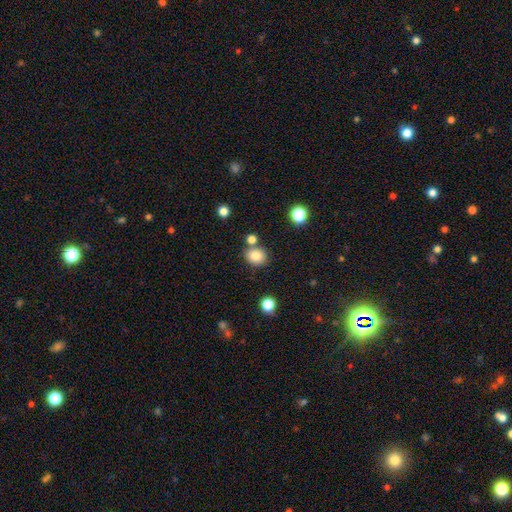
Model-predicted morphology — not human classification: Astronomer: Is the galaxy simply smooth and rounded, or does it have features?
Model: smooth — 81%.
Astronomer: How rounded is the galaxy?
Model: round — 69%.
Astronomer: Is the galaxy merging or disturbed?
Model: none — 75%.